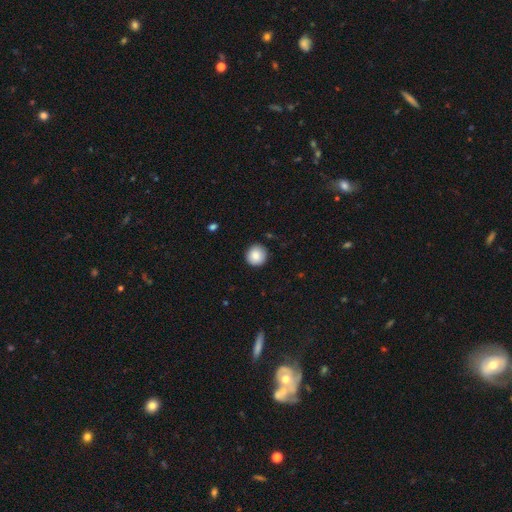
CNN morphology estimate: A smooth galaxy with no disk features (87%) that is round (94%).

Vote fractions:
- Smooth or featured? smooth: 87% / star or artifact: 8% / featured or disk: 5%
- How rounded? round: 94% / in between: 5% / cigar-shaped: 1%
- Merging? none: 90% / minor disturbance: 7% / major disturbance: 2% / merger: 1%